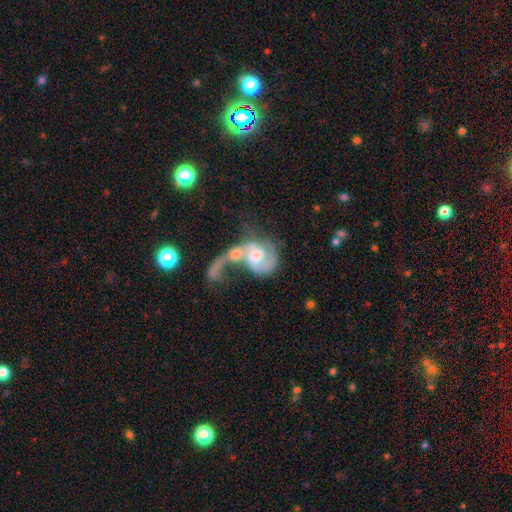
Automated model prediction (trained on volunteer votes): Overall: featured or disk (74%). Edge-on disk: no (97%). Bar: no (47%; weak 41%). Spiral arms: yes (85%). Spiral arm count: 2 (53%; 1 29%). Spiral winding: loose (46%; medium 36%). Bulge size: moderate (48%; large 20%). Merging: merger (66%).